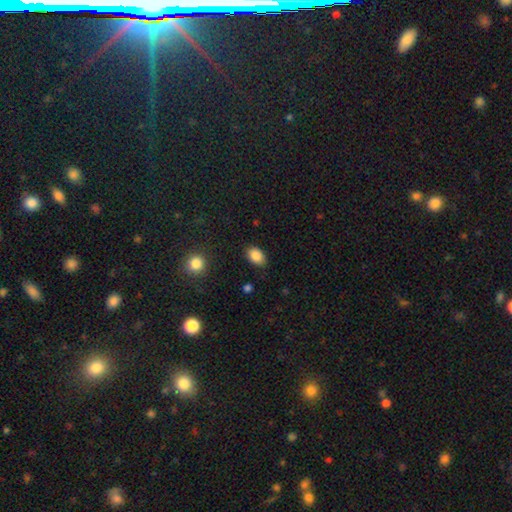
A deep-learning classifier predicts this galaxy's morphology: This is clearly a smooth galaxy (87%). How rounded: clearly in between (81%). Merging: clearly none (86%).